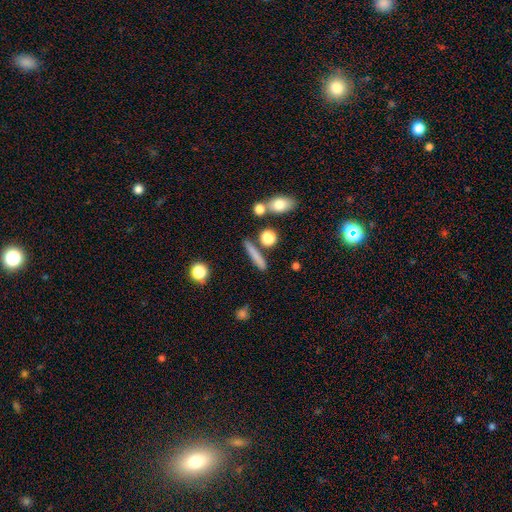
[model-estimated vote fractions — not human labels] A smooth galaxy with no disk features (71%) that is cigar-shaped (86%).

Vote fractions:
- Smooth or featured? smooth: 71% / featured or disk: 19% / star or artifact: 10%
- How rounded? cigar-shaped: 86% / in between: 9% / round: 5%
- Merging? none: 74% / minor disturbance: 12% / merger: 9% / major disturbance: 4%